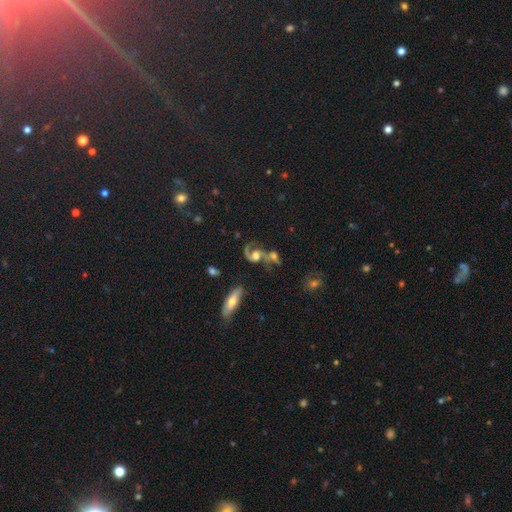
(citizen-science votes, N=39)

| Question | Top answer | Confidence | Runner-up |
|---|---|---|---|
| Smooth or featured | featured or disk | 92% | smooth (5%) |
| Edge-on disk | no | 94% | yes (6%) |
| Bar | no | 74% | weak (18%) |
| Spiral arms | yes | 97% | no (3%) |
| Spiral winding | medium | 52% | loose (33%) |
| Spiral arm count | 2 | 94% | 1 (6%) |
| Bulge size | moderate | 50% | large (26%) |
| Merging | none | 37% | minor disturbance (26%) |